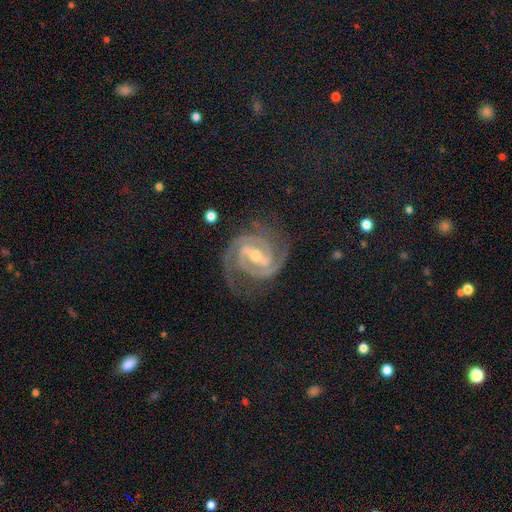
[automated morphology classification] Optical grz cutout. It shows a featured or disk galaxy (92%) with a strong bar (56%), 2 (68%) tight (64%) spiral arms (99%) and a small central bulge (49%). Merging: none (76%).